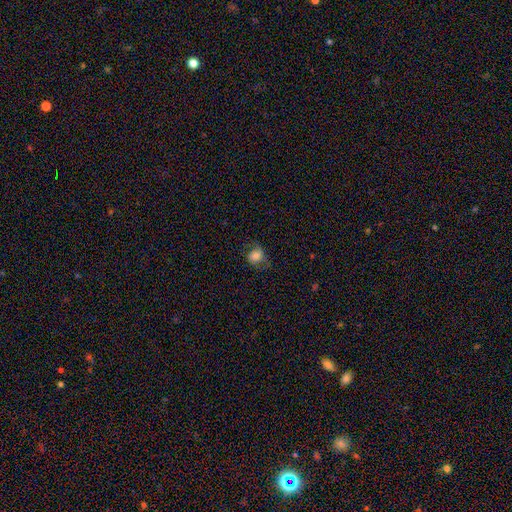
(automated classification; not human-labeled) This appears to be a smooth galaxy with no disk features (70%) that is round (59%). Merging: none (63%).